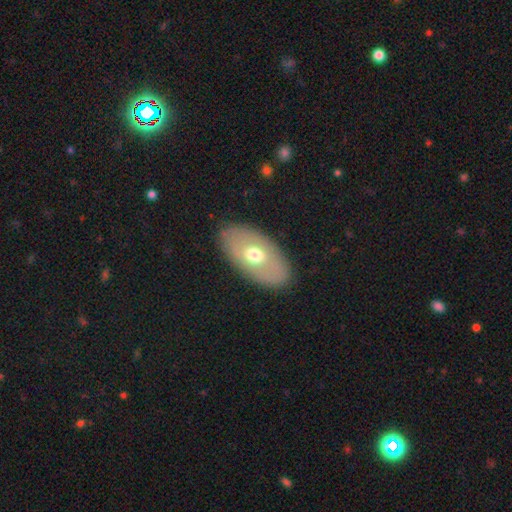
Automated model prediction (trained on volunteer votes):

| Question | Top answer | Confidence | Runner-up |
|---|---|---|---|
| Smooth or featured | smooth | 52% | featured or disk (41%) |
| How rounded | in between | 92% | round (6%) |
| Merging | none | 87% | minor disturbance (10%) |